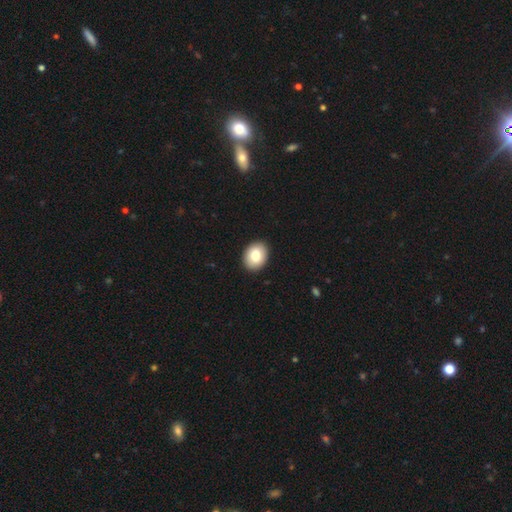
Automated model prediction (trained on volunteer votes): The model was most divided on "how rounded": in between: 65%, round: 34%, cigar-shaped: 1%. More confident: merging — none (91%); smooth or featured — smooth (82%).